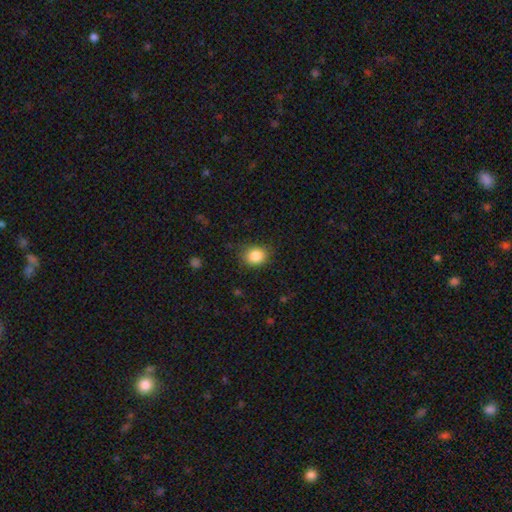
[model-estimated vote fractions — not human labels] Overall: smooth (85%). How rounded: round (59%; in between 40%). Merging: none (81%).